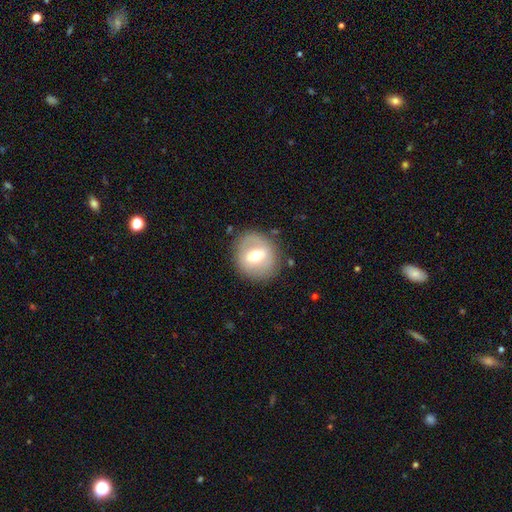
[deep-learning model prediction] smooth_or_featured: smooth (p=0.48) [alt: featured or disk p=0.44]
merging: none (p=0.80) [alt: minor disturbance p=0.12]